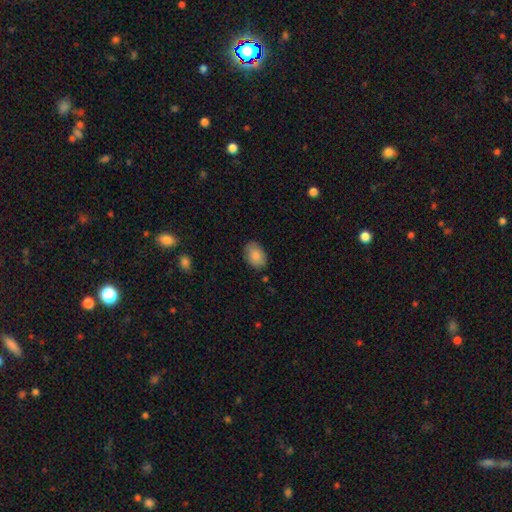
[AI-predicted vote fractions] The model was most divided on "merging": none: 82%, minor disturbance: 14%, major disturbance: 3%, merger: 1%. More confident: how rounded — in between (86%); smooth or featured — smooth (86%).